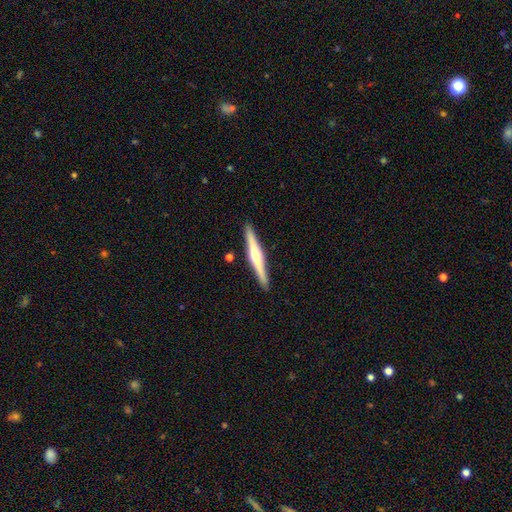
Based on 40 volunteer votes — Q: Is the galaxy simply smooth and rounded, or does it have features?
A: featured or disk — 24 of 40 (60%).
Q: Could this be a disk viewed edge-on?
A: yes — 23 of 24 (96%).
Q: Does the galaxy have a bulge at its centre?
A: rounded — 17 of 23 (74%).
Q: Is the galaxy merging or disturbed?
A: none — 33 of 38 (87%).